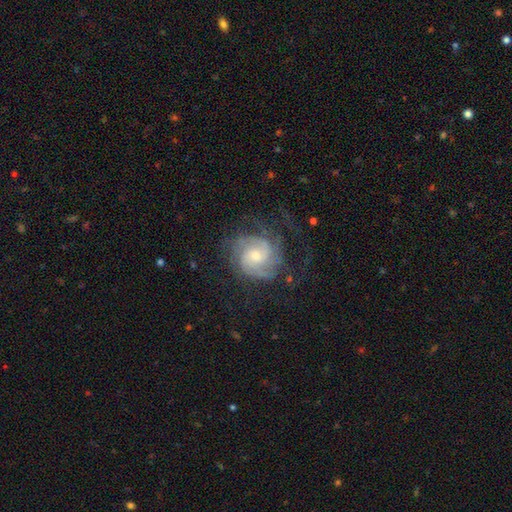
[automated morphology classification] Smooth or featured? Predicted: featured or disk (p=0.83). Edge-on disk? Predicted: no (p=0.98). Bar? Predicted: no (p=0.62). Spiral arms? Predicted: yes (p=0.96). Spiral winding? Predicted: tight (p=0.52). Spiral arm count? Predicted: 2 (p=0.38). Bulge size? Predicted: moderate (p=0.51). Merging? Predicted: none (p=0.61).